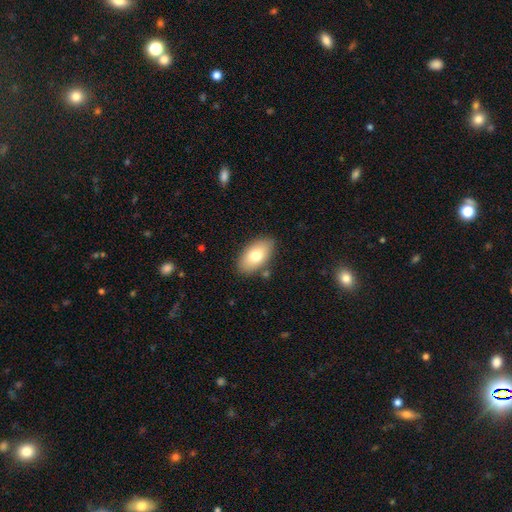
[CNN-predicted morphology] smooth_or_featured: smooth (p=0.74) [alt: featured or disk p=0.19]
how_rounded: in between (p=0.93) [alt: round p=0.04]
merging: none (p=0.84) [alt: minor disturbance p=0.11]